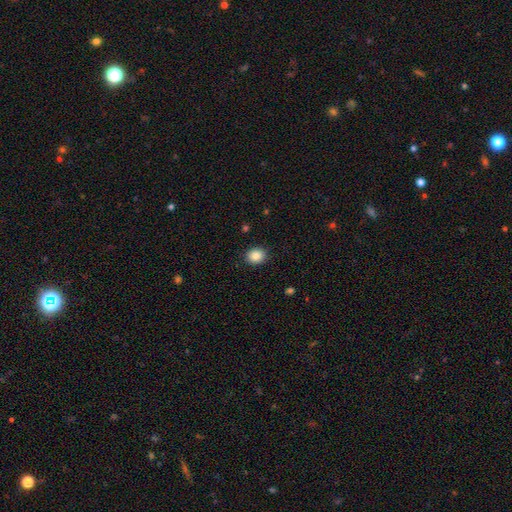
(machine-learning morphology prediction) The model was most divided on "how rounded": round: 64%, in between: 35%, cigar-shaped: 1%. More confident: merging — none (89%); smooth or featured — smooth (87%).